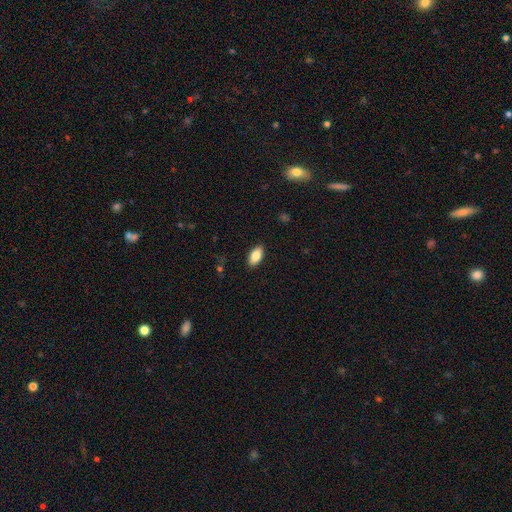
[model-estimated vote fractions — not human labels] Smooth or featured? smooth (85%)
How rounded? in between (92%)
Merging? none (88%)